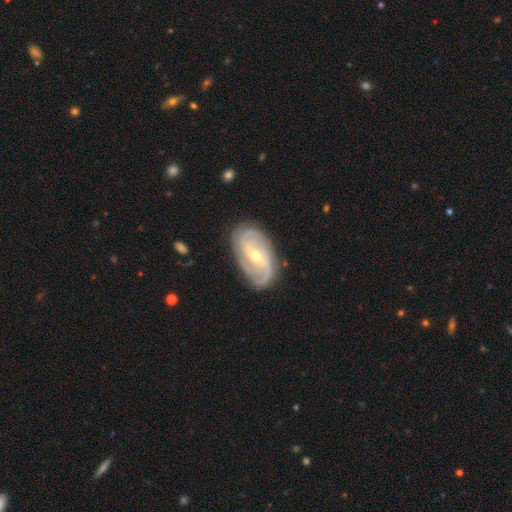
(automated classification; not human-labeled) A featured or disk galaxy (87%) with a weak bar (48%), 2 (43%) tight (47%) spiral arms (96%) and a moderate central bulge (53%).

Vote fractions:
- Smooth or featured? featured or disk: 87% / smooth: 8% / star or artifact: 5%
- Edge-on disk? no: 96% / yes: 4%
- Bar? weak: 48% / strong: 29% / no: 23%
- Spiral arms? yes: 96% / no: 4%
- Spiral winding? tight: 47% / medium: 36% / loose: 17%
- Spiral arm count? 2: 43% / can't tell: 21% / 3: 20% / 4: 7% / 1: 5% / more than 4: 4%
- Bulge size? moderate: 53% / small: 44% / large: 2% / none: 1% / dominant: 1%
- Merging? none: 79% / minor disturbance: 15% / major disturbance: 4% / merger: 1%